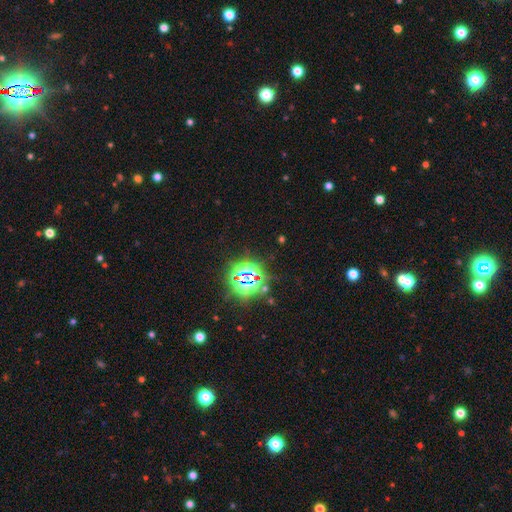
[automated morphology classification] A star or artifact, not a galaxy (80%).

Vote fractions:
- Smooth or featured? star or artifact: 80% / smooth: 13% / featured or disk: 7%